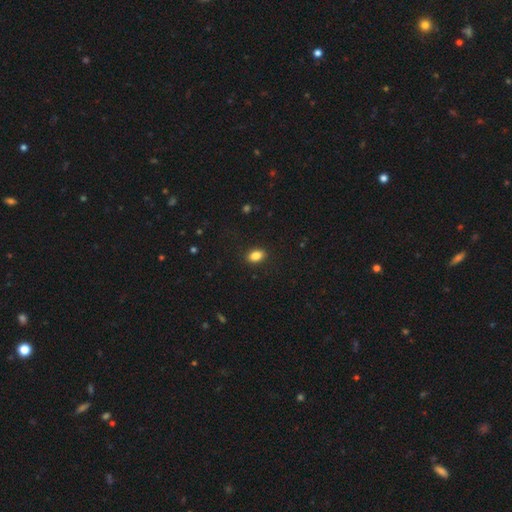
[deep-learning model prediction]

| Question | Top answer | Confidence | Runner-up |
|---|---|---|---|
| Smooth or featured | smooth | 85% | star or artifact (9%) |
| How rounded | in between | 83% | round (15%) |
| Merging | none | 89% | minor disturbance (8%) |